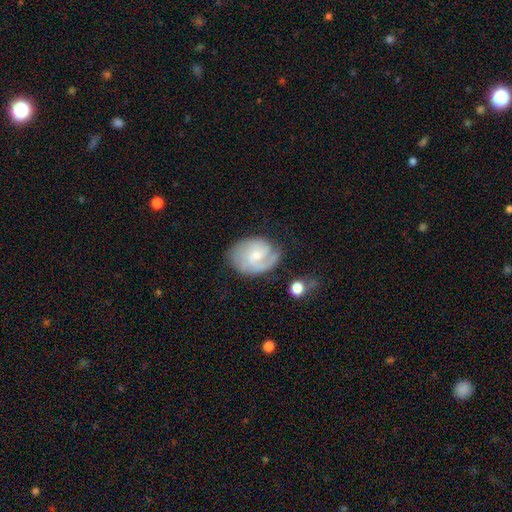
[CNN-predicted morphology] This appears to be a featured or disk galaxy (73%) with no bar (49%), 2 (49%) medium (42%) spiral arms (92%) and a small central bulge (61%). Merging: none (62%).